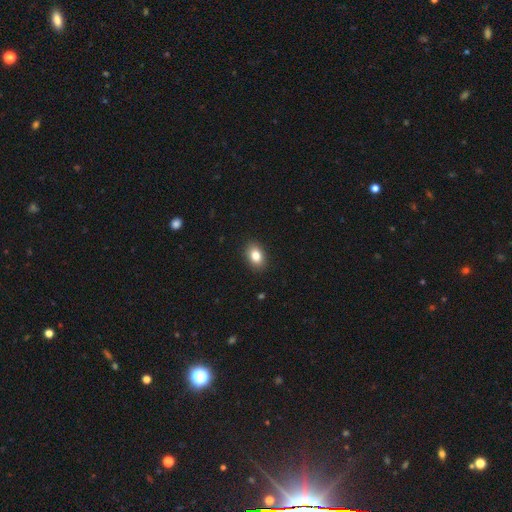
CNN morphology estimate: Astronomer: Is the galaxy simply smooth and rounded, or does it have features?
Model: smooth — 84%.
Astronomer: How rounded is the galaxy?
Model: in between — 80%.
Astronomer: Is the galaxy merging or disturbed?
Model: none — 89%.